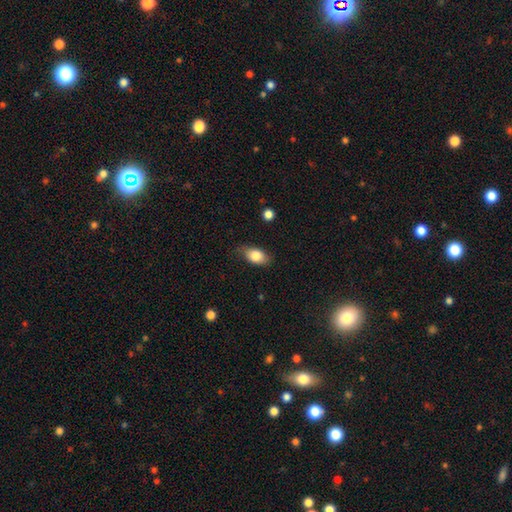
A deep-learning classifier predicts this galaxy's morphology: smooth_or_featured: smooth (p=0.81) [alt: featured or disk p=0.11]
how_rounded: in between (p=0.87) [alt: round p=0.10]
merging: none (p=0.75) [alt: minor disturbance p=0.20]